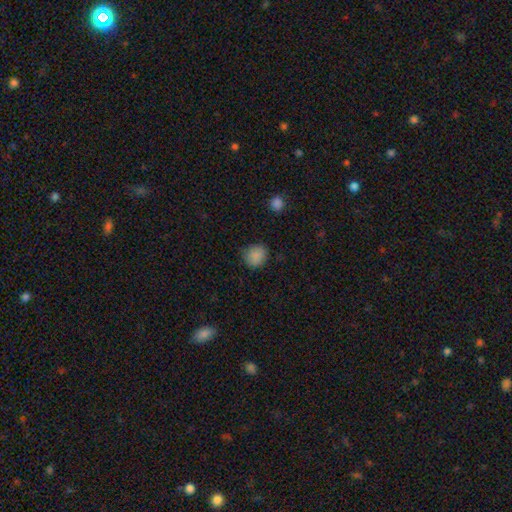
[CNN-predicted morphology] This appears to be a smooth galaxy with no disk features (86%) that is round (83%). Merging: none (82%).